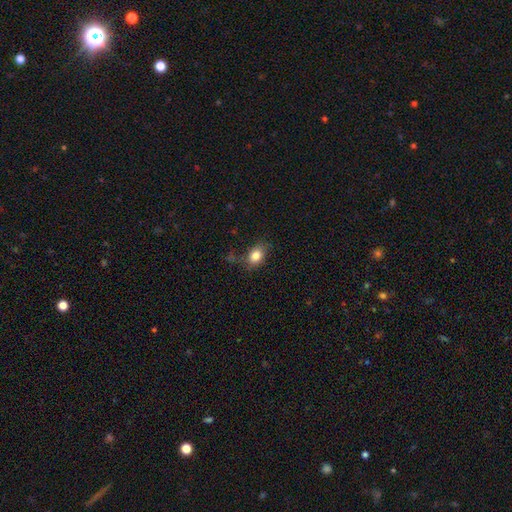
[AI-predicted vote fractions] Smooth or featured? Predicted: smooth (p=0.83). How rounded? Predicted: in between (p=0.70). Merging? Predicted: none (p=0.68).